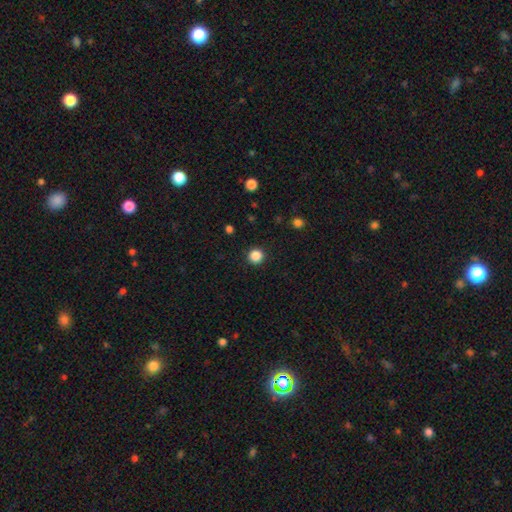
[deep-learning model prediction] Morphology: type=smooth (86%); roundness=round (95%); merging=none (92%).